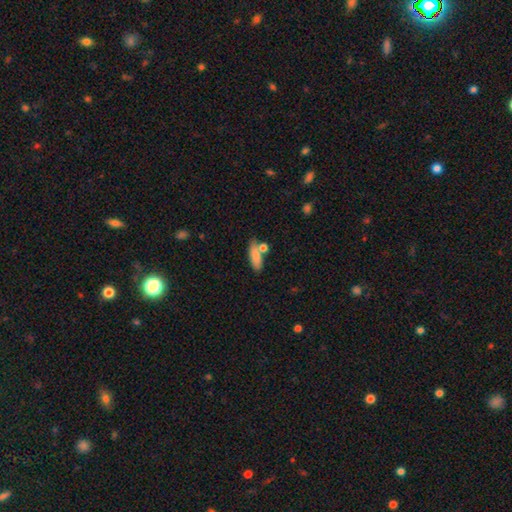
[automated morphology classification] smooth_or_featured: smooth (p=0.82) [alt: featured or disk p=0.11]
how_rounded: in between (p=0.61) [alt: cigar-shaped p=0.35]
merging: none (p=0.61) [alt: merger p=0.19]